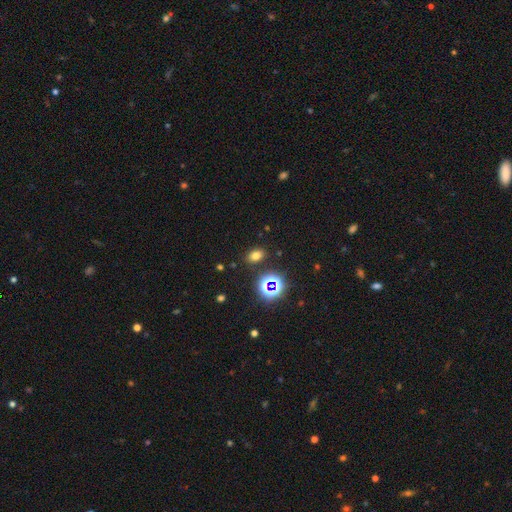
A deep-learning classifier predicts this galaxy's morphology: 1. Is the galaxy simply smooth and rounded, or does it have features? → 68% smooth, 25% star or artifact, 8% featured or disk.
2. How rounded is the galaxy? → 77% in between, 21% round, 2% cigar-shaped.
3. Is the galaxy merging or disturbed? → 85% none, 9% minor disturbance, 3% merger, 3% major disturbance.